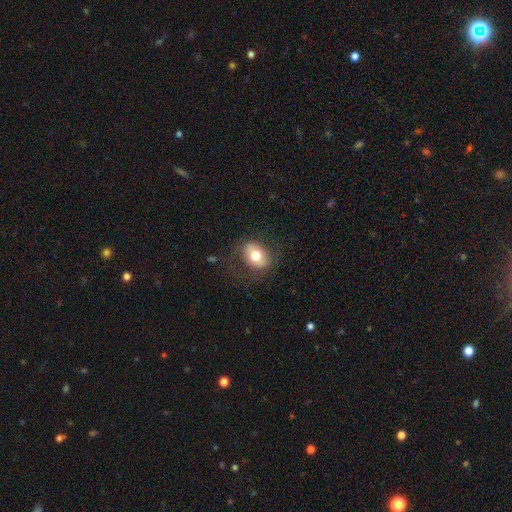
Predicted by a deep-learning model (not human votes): smooth 69%, featured or disk 24%, star or artifact 8%. Down the decision tree: how rounded — in between (69%); merging — none (73%).